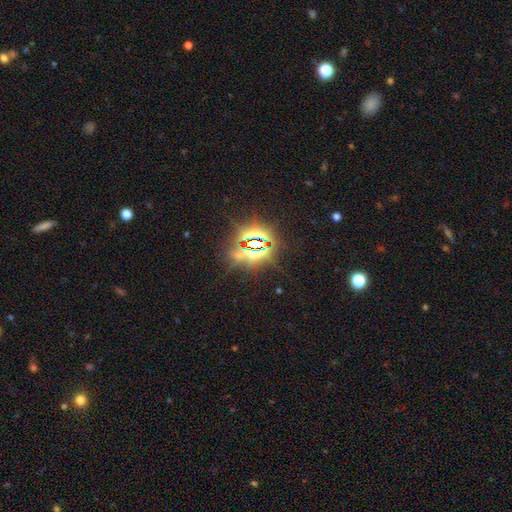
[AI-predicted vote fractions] The model was most divided on "smooth or featured": star or artifact: 84%, smooth: 9%, featured or disk: 8%.